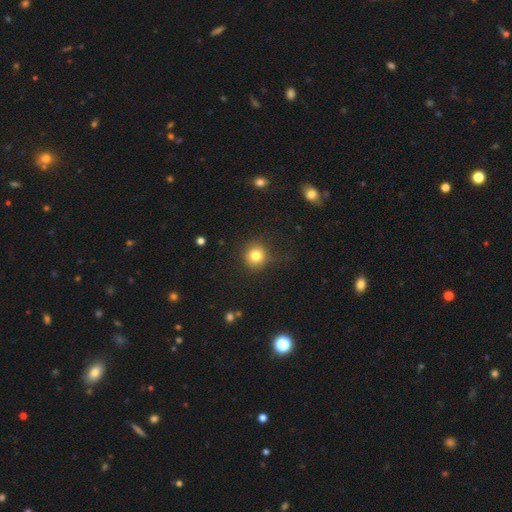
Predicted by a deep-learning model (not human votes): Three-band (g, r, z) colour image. It shows a smooth galaxy with no disk features (80%) that is round (91%). Merging: none (80%).